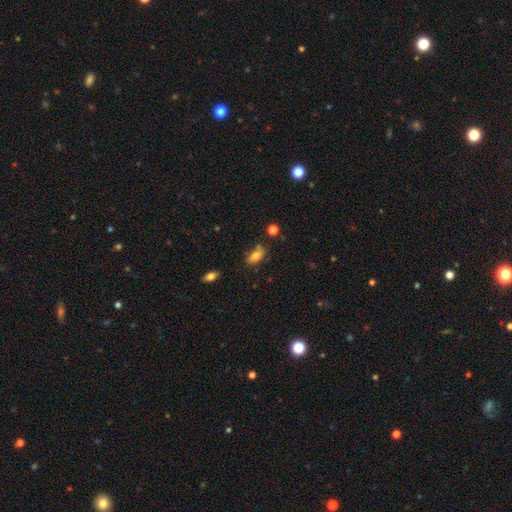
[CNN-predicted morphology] Smooth or featured?
  - smooth: 80% *
  - featured or disk: 11%
  - star or artifact: 9%
How rounded?
  - in between: 86% *
  - cigar-shaped: 9%
  - round: 4%
Merging?
  - none: 68% *
  - minor disturbance: 21%
  - merger: 6%
  - major disturbance: 5%